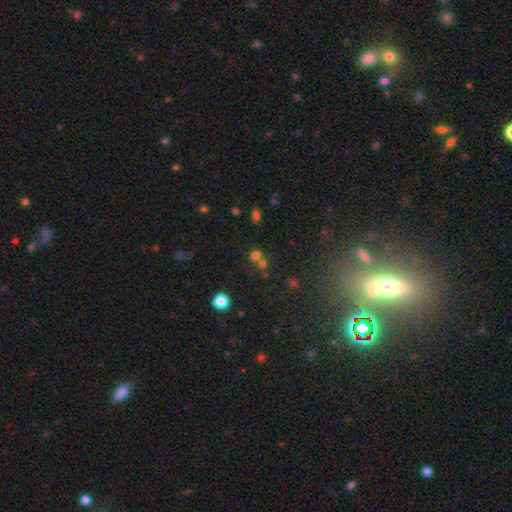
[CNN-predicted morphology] Smooth or featured: smooth — 65% (star or artifact — 26%)
How rounded: round — 76% (in between — 22%)
Merging: none — 49% (merger — 38%)